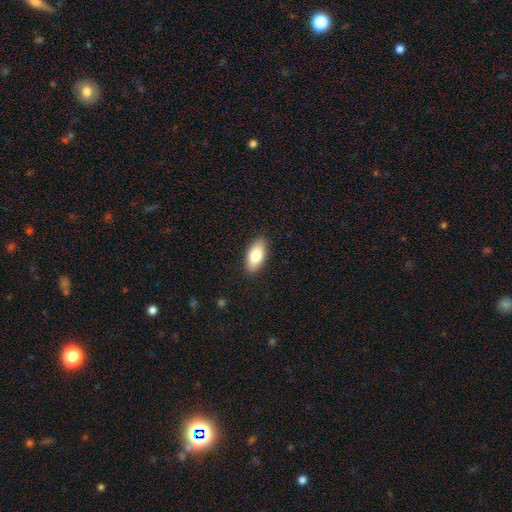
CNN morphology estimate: Overall: smooth (80%). How rounded: in between (89%). Merging: none (89%).